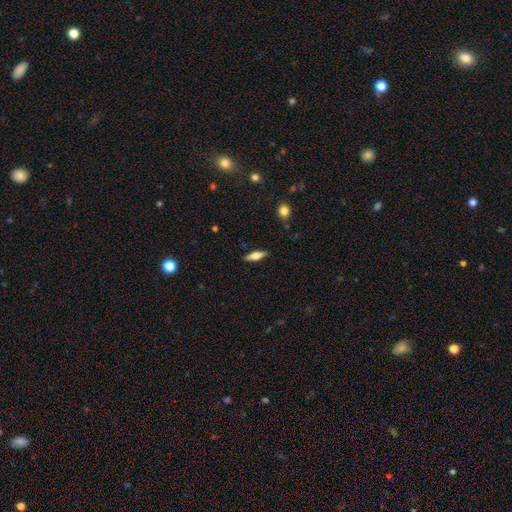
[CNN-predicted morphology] This is possibly a smooth galaxy (55%). How rounded: possibly cigar-shaped (52%). Merging: clearly none (87%).